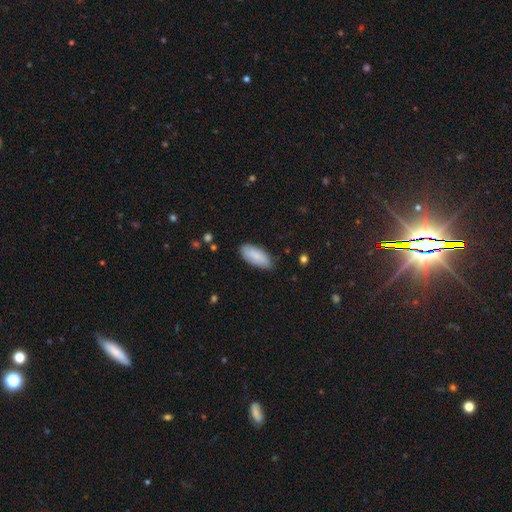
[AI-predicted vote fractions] This appears to be a smooth galaxy with no disk features (83%) that is in between round and cigar-shaped (90%). Merging: none (79%).